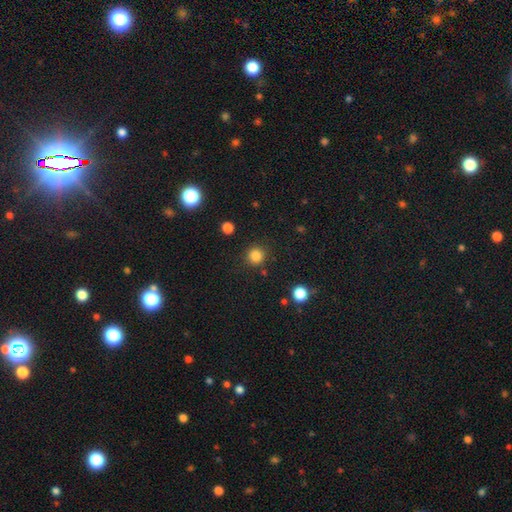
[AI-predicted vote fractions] Morphology: type=smooth (84%); roundness=round (92%); merging=none (87%).